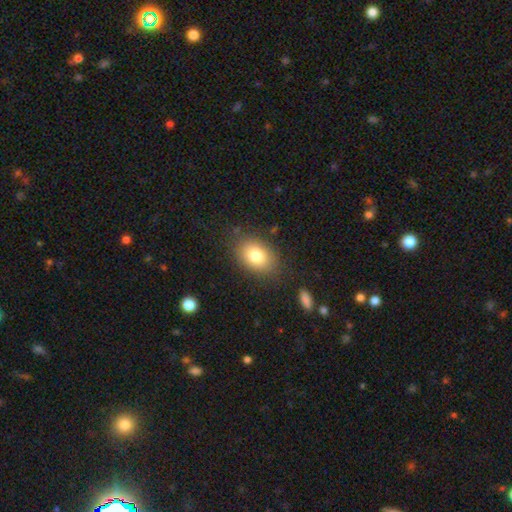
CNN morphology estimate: smooth_or_featured: smooth (p=0.80) [alt: featured or disk p=0.11]
how_rounded: in between (p=0.77) [alt: round p=0.21]
merging: none (p=0.82) [alt: minor disturbance p=0.12]